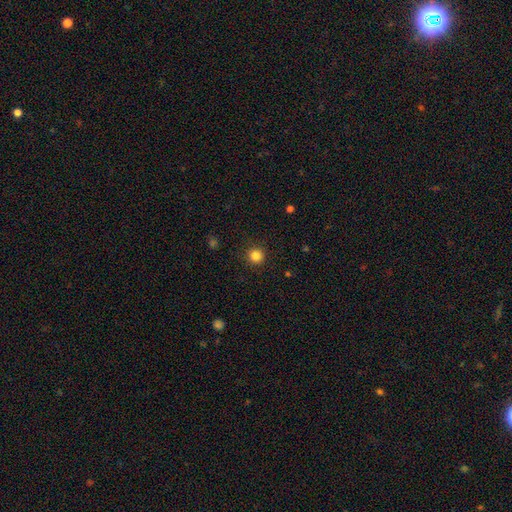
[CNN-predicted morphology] smooth 84%, star or artifact 12%, featured or disk 4%. Down the decision tree: how rounded — round (96%); merging — none (92%).